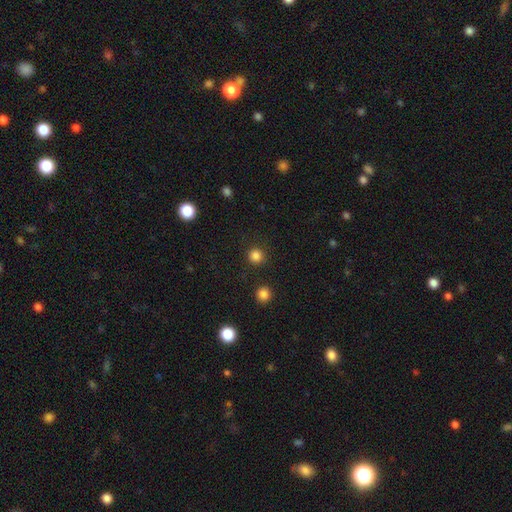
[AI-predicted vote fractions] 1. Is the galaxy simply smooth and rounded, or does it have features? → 83% smooth, 14% star or artifact, 3% featured or disk.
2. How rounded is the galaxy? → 95% round, 4% in between, 1% cigar-shaped.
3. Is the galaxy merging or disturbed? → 90% none, 5% minor disturbance, 2% major disturbance, 2% merger.